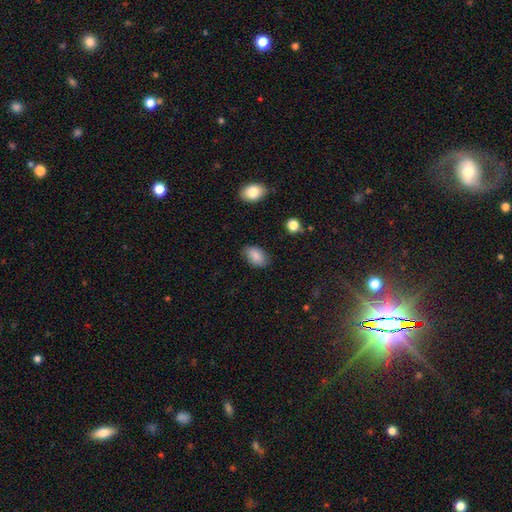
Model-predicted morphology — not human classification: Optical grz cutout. It shows a smooth galaxy with no disk features (85%) that is in between round and cigar-shaped (91%). Merging: none (81%).